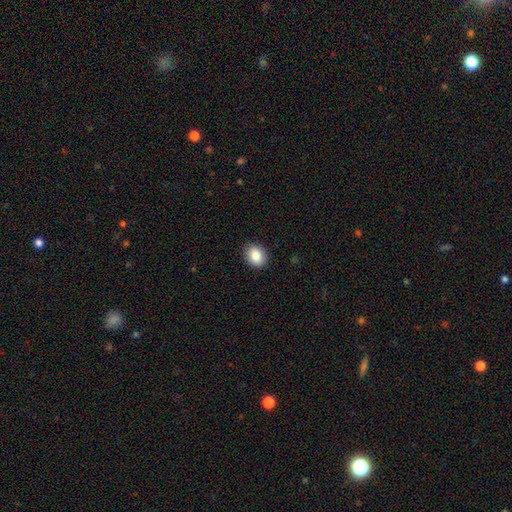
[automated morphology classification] smooth_or_featured: smooth (p=0.85) [alt: star or artifact p=0.08]
how_rounded: round (p=0.52) [alt: in between p=0.47]
merging: none (p=0.89) [alt: minor disturbance p=0.08]